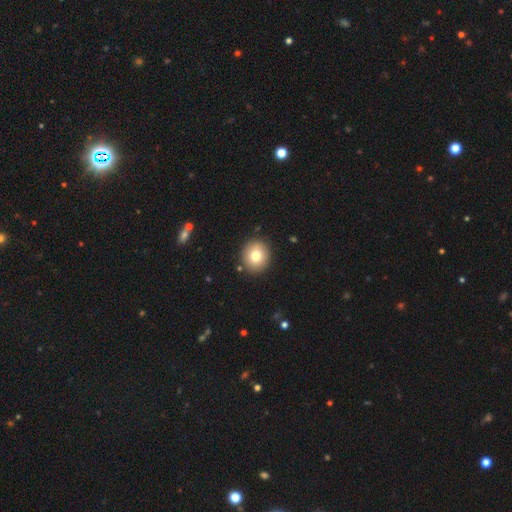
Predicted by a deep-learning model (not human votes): Overall: smooth (77%). How rounded: round (86%). Merging: none (89%).